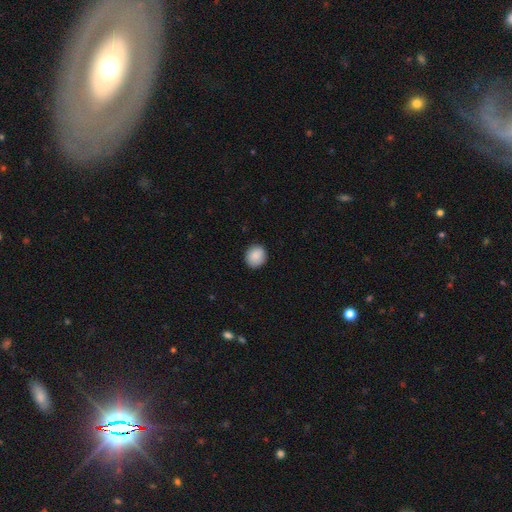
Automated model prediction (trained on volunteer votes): smooth-or-featured: smooth: 89% | star or artifact: 7% | featured or disk: 3%
  how-rounded: round: 79% | in between: 20% | cigar-shaped: 1%
  merging: none: 89% | minor disturbance: 8% | major disturbance: 2% | merger: 1%